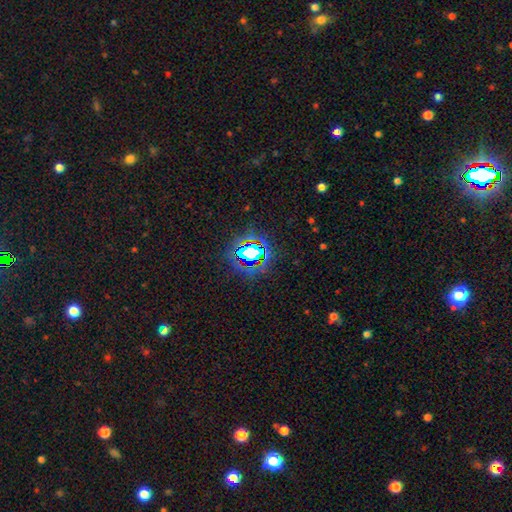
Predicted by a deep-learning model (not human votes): smooth-or-featured: star or artifact: 74% | smooth: 16% | featured or disk: 10%